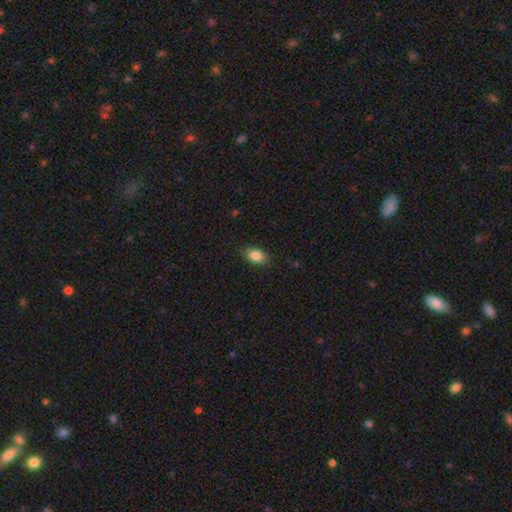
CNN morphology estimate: A smooth galaxy with no disk features (85%) that is in between round and cigar-shaped (86%). Merging: none (86%).